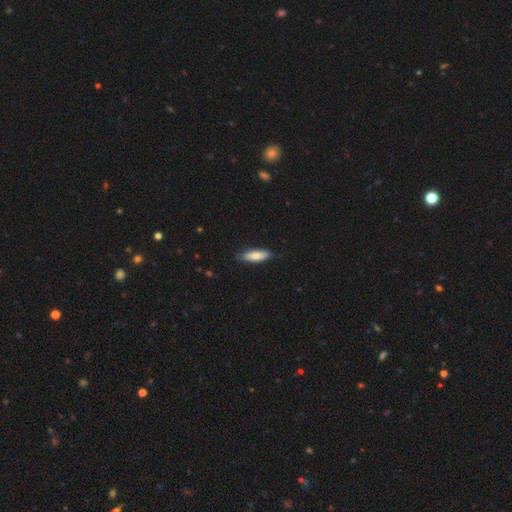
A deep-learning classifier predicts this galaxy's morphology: This is likely a smooth galaxy (76%). How rounded: possibly cigar-shaped (50%). Merging: clearly none (83%).